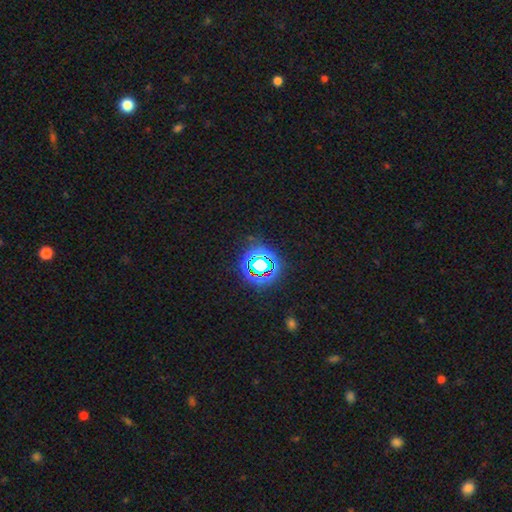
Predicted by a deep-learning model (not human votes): This is likely a star or artifact rather than a galaxy (79%).